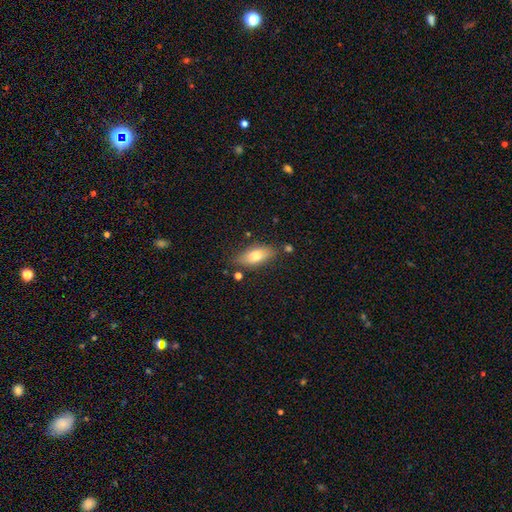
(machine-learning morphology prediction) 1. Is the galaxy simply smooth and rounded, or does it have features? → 73% smooth, 20% featured or disk, 7% star or artifact.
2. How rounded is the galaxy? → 80% in between, 16% cigar-shaped, 3% round.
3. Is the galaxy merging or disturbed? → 79% none, 15% minor disturbance, 4% merger, 3% major disturbance.